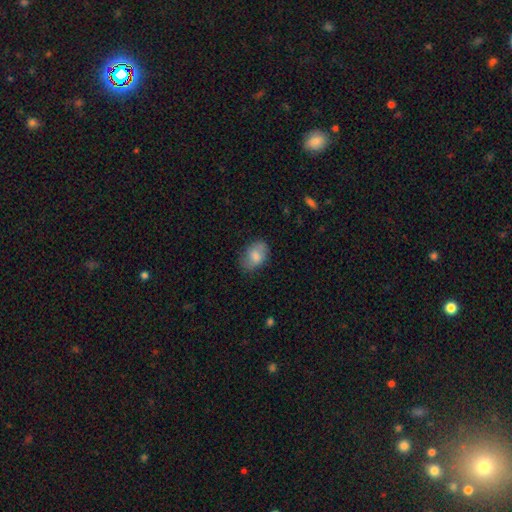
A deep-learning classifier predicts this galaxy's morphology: Smooth or featured?
  - smooth: 76% *
  - featured or disk: 16%
  - star or artifact: 7%
How rounded?
  - in between: 84% *
  - round: 15%
  - cigar-shaped: 1%
Merging?
  - none: 72% *
  - minor disturbance: 21%
  - major disturbance: 5%
  - merger: 1%